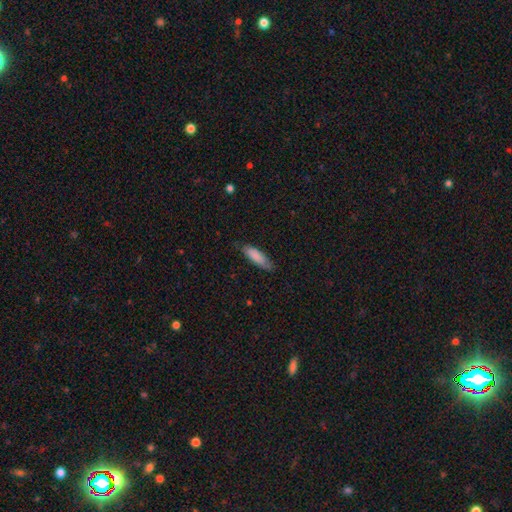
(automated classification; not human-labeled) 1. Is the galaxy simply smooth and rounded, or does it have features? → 85% smooth, 9% featured or disk, 6% star or artifact.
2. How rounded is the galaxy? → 50% in between, 49% cigar-shaped, 1% round.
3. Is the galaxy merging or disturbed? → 75% none, 20% minor disturbance, 3% major disturbance, 1% merger.